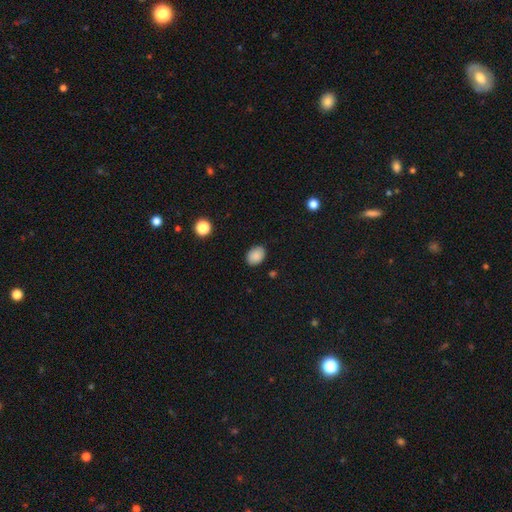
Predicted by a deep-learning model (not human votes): A smooth galaxy with no disk features (89%) that is in between round and cigar-shaped (74%). Merging: none (86%).